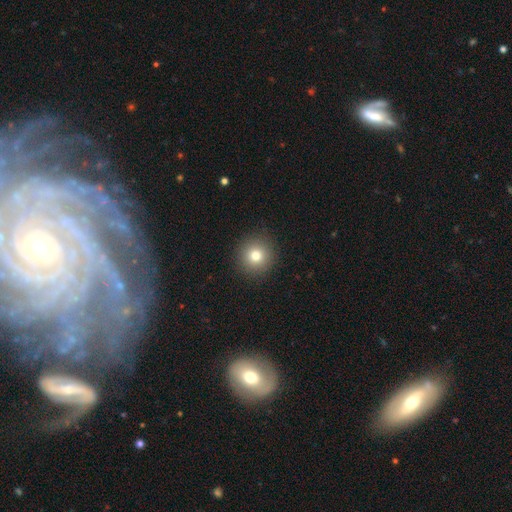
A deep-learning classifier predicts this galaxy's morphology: A smooth galaxy with no disk features (78%) that is round (94%).

Vote fractions:
- Smooth or featured? smooth: 78% / star or artifact: 13% / featured or disk: 9%
- How rounded? round: 94% / in between: 5% / cigar-shaped: 1%
- Merging? none: 92% / minor disturbance: 5% / major disturbance: 2% / merger: 1%